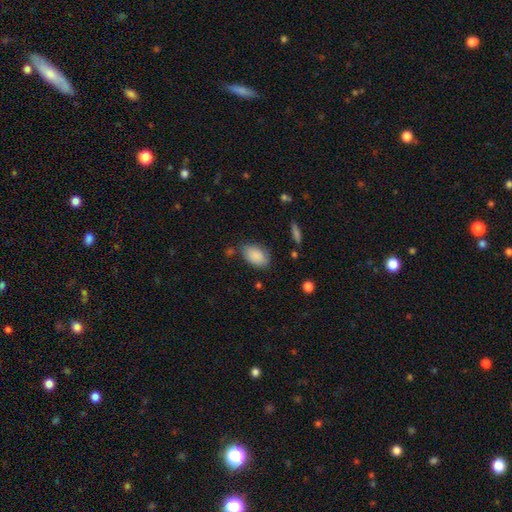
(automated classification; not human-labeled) Smooth or featured?
  - smooth: 88% *
  - star or artifact: 7%
  - featured or disk: 5%
How rounded?
  - in between: 91% *
  - round: 8%
  - cigar-shaped: 2%
Merging?
  - none: 73% *
  - minor disturbance: 19%
  - major disturbance: 5%
  - merger: 4%